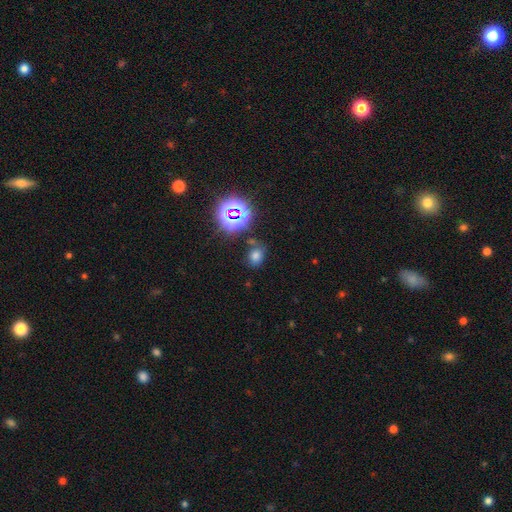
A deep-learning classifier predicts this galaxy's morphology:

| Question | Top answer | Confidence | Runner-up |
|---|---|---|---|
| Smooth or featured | smooth | 65% | star or artifact (28%) |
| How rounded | in between | 55% | round (44%) |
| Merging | none | 72% | minor disturbance (16%) |